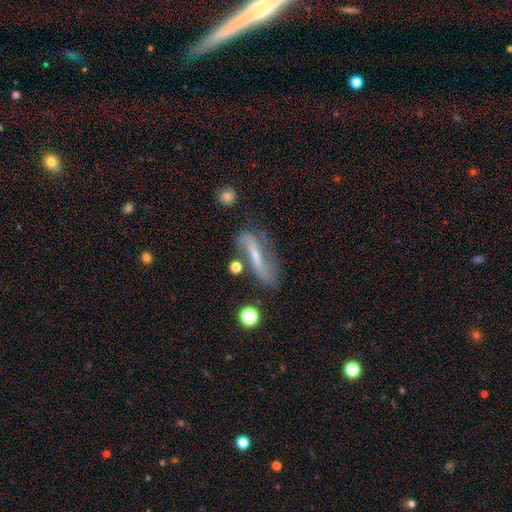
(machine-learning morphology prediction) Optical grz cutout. It shows a featured or disk galaxy (68%) with a strong bar (45%), spiral arms (82%) and a small central bulge (59%). Merging: none (51%).